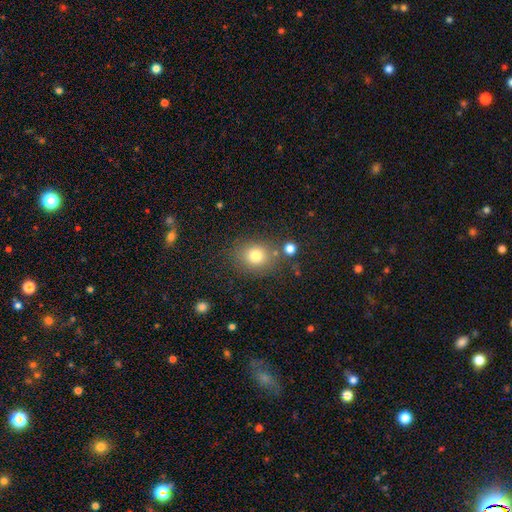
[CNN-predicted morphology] This is likely a smooth galaxy (78%). How rounded: likely round (73%). Merging: likely none (76%).